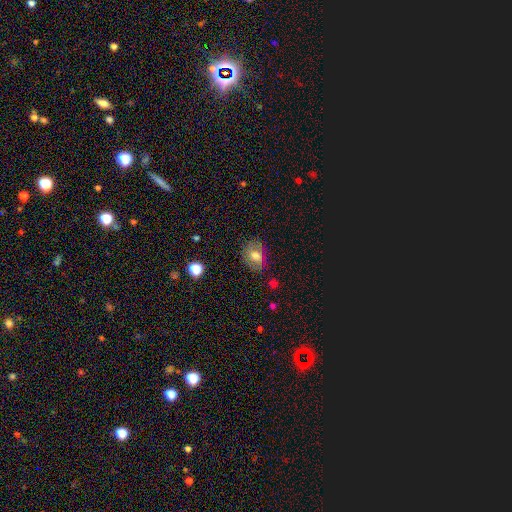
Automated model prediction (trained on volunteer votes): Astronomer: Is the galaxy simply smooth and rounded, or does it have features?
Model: smooth — 67%.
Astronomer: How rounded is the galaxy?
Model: in between — 59% (runner-up: round, 39%).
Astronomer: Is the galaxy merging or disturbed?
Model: none — 77%.